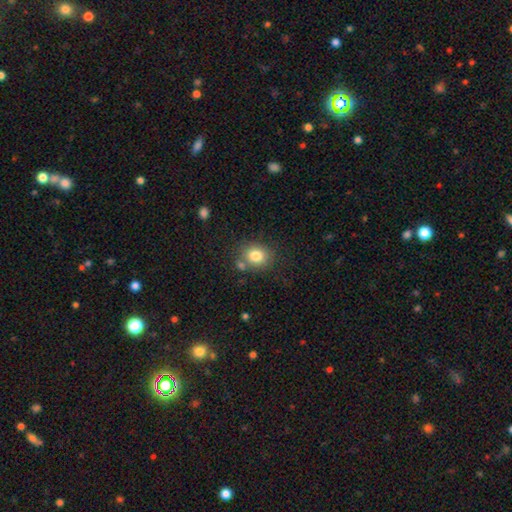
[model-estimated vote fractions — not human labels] This is clearly a smooth galaxy (80%). How rounded: likely round (66%). Merging: likely none (70%).